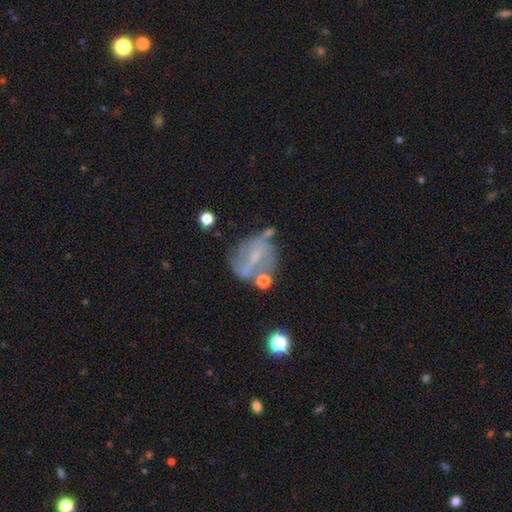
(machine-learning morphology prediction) Smooth or featured: featured or disk — 63% (smooth — 26%)
Edge-on disk: no — 95% (yes — 5%)
Bar: weak — 46% (strong — 28%)
Spiral arms: yes — 58% (no — 42%)
Bulge size: small — 60% (none — 22%)
Merging: none — 47% (minor disturbance — 23%)